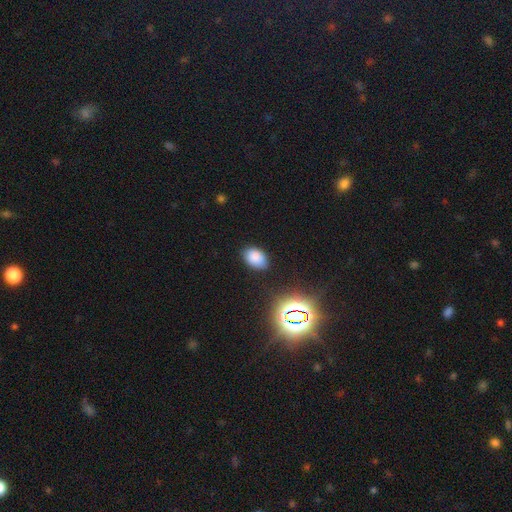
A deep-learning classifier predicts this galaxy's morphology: The model was most divided on "smooth or featured": smooth: 81%, star or artifact: 14%, featured or disk: 5%. More confident: how rounded — in between (86%); merging — none (84%).